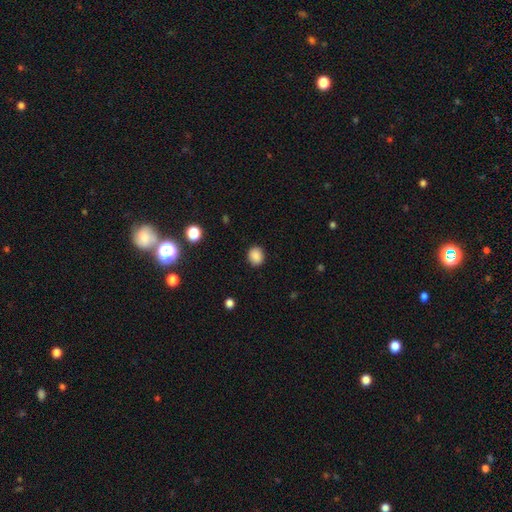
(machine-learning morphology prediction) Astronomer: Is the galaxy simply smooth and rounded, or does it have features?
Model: smooth — 87%.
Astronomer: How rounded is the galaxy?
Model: round — 65%.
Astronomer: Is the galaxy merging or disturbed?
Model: none — 89%.